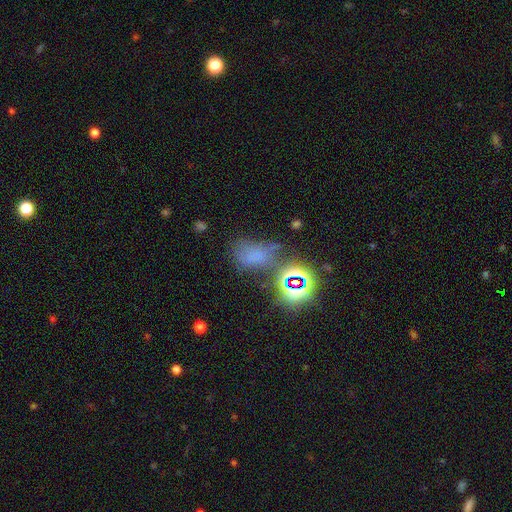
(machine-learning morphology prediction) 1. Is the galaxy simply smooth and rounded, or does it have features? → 48% smooth, 39% star or artifact, 13% featured or disk.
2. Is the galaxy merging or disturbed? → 43% none, 22% minor disturbance, 18% major disturbance, 17% merger.